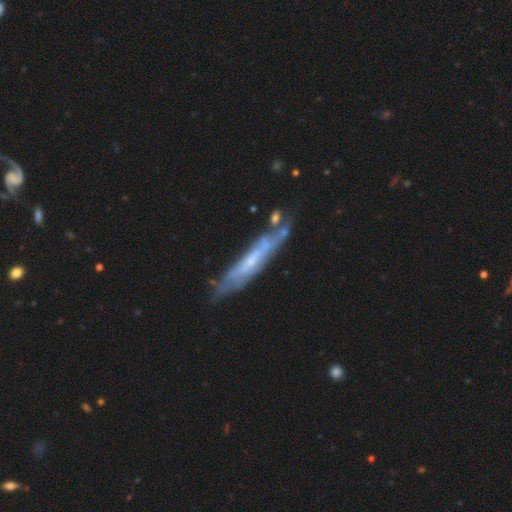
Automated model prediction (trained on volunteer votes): featured or disk 67%, smooth 26%, star or artifact 7%. Down the decision tree: edge-on disk — yes (66%); merging — none (67%).